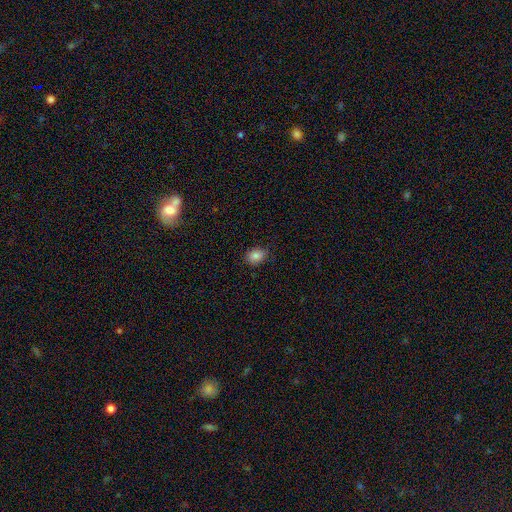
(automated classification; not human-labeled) Smooth or featured? smooth (83%)
How rounded? in between (63%)
Merging? none (80%)